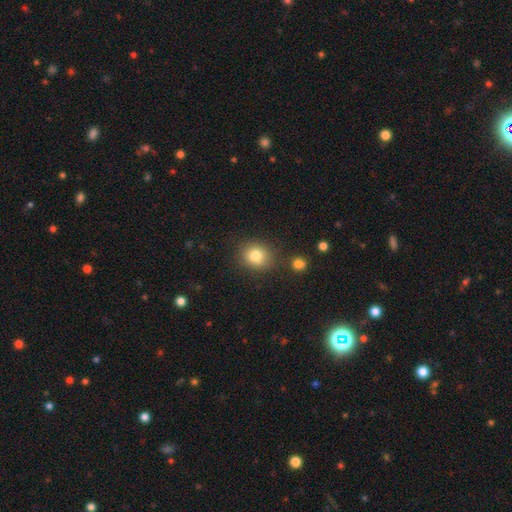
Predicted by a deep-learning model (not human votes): smooth 81%, star or artifact 11%, featured or disk 7%. Down the decision tree: how rounded — round (79%); merging — none (82%).